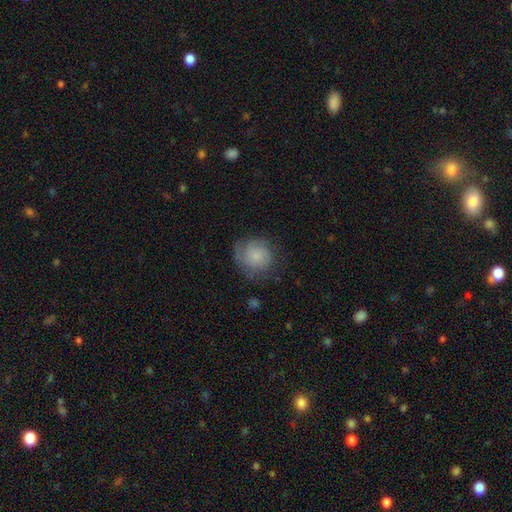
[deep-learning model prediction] Smooth or featured: smooth — 66% (featured or disk — 26%)
How rounded: round — 85% (in between — 14%)
Merging: none — 63% (minor disturbance — 24%)